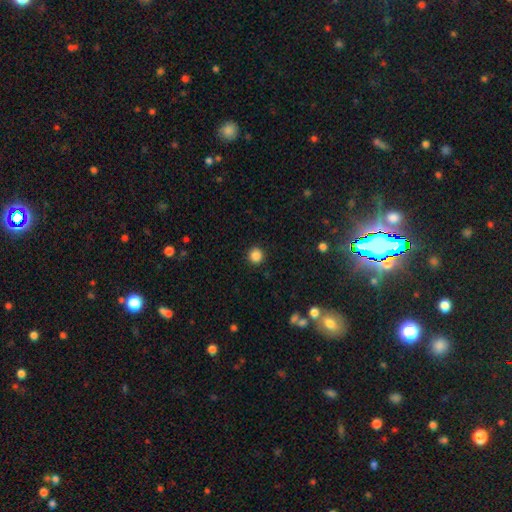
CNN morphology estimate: A smooth galaxy with no disk features (86%) that is round (92%). Merging: none (92%).